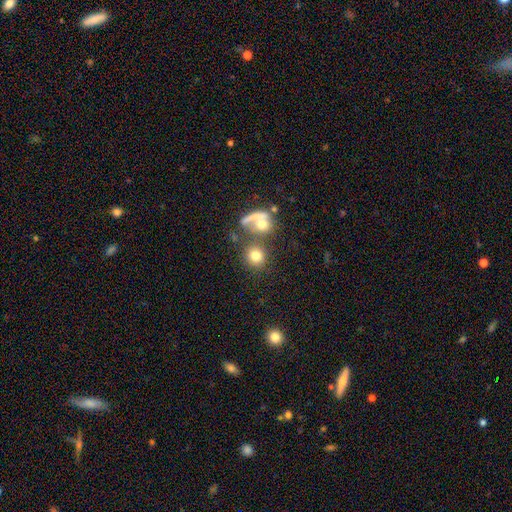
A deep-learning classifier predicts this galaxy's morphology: Smooth or featured: smooth — 74% (featured or disk — 13%)
How rounded: round — 86% (in between — 13%)
Merging: none — 61% (merger — 23%)